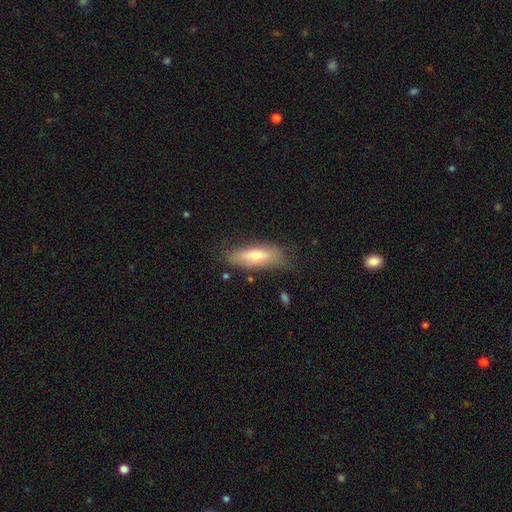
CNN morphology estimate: Smooth or featured? Predicted: smooth (p=0.59). How rounded? Predicted: in between (p=0.52). Merging? Predicted: none (p=0.72).